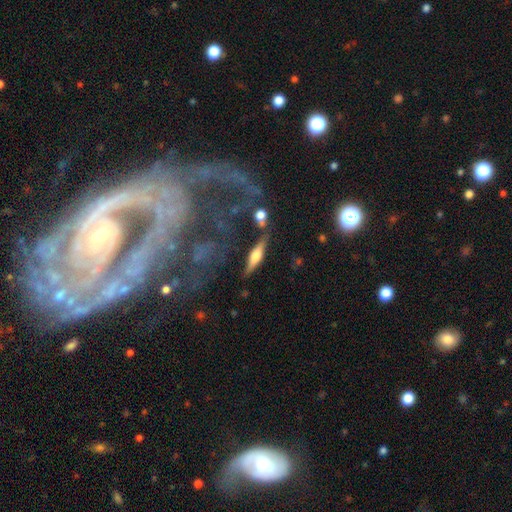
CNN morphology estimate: Smooth or featured? featured or disk (53%)
Edge-on disk? yes (93%)
Merging? none (77%)